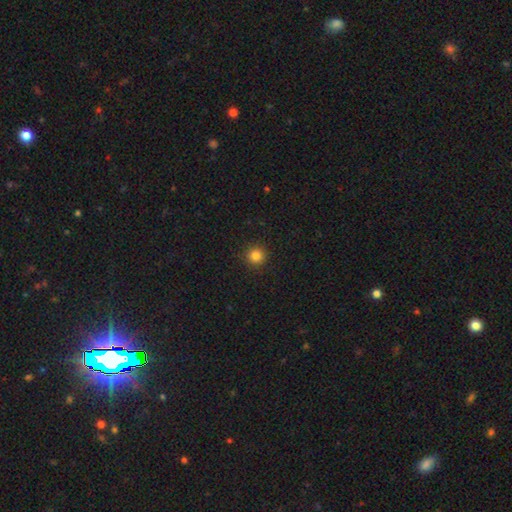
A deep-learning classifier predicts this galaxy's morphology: This is clearly a smooth galaxy (83%). How rounded: clearly round (95%). Merging: clearly none (92%).